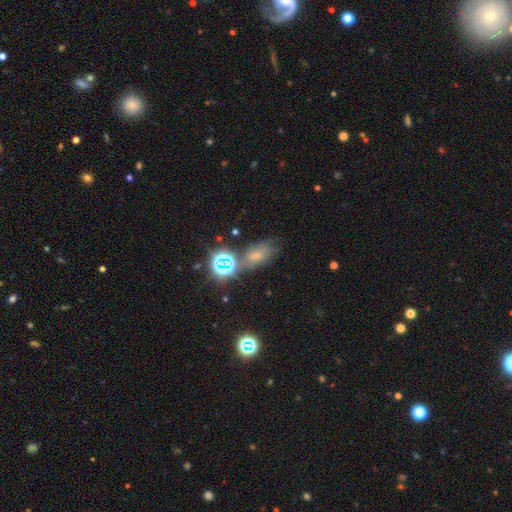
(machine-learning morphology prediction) smooth-or-featured: smooth: 44% | star or artifact: 36% | featured or disk: 20%
  merging: none: 51% | minor disturbance: 23% | merger: 13% | major disturbance: 13%